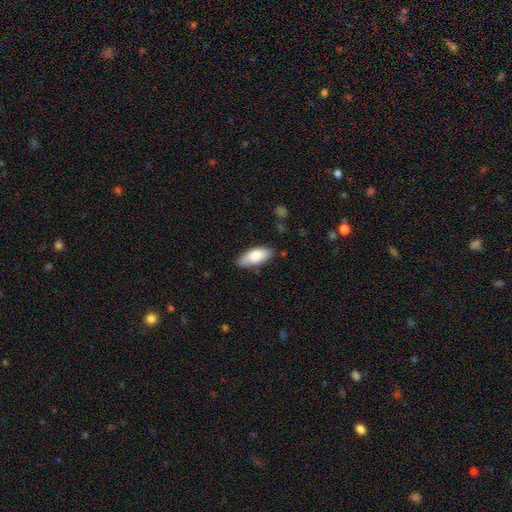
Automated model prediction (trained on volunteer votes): A smooth galaxy with no disk features (79%) that is in between round and cigar-shaped (86%). Merging: none (80%).